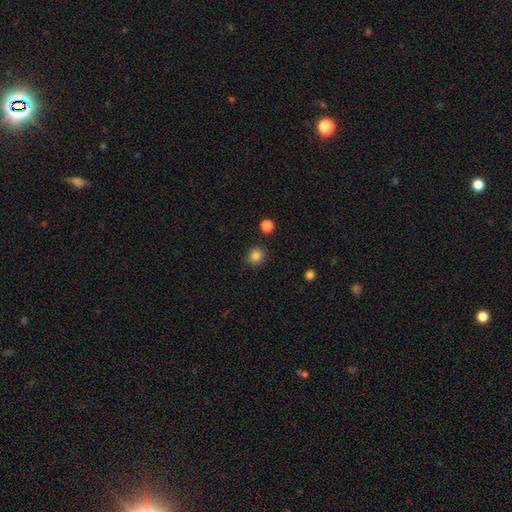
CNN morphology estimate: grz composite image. It shows a smooth galaxy with no disk features (84%) that is round (85%). Merging: none (88%).